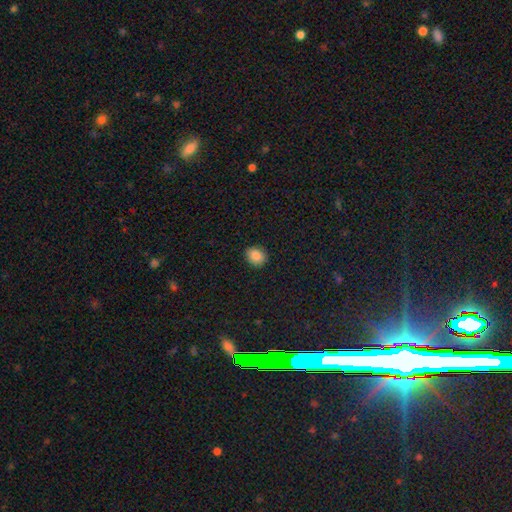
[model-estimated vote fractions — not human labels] Smooth or featured? smooth (86%)
How rounded? round (69%)
Merging? none (88%)